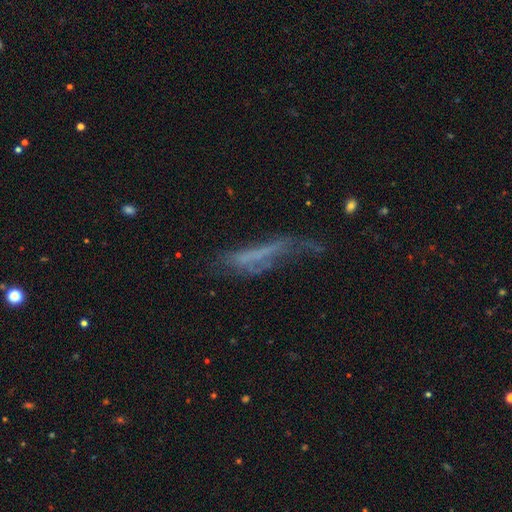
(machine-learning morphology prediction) This appears to be a featured or disk galaxy (46%). Merging: major disturbance (39%).